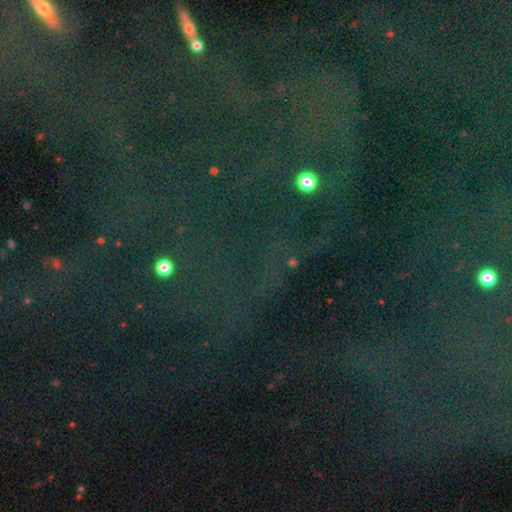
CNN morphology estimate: Overall: star or artifact (81%).